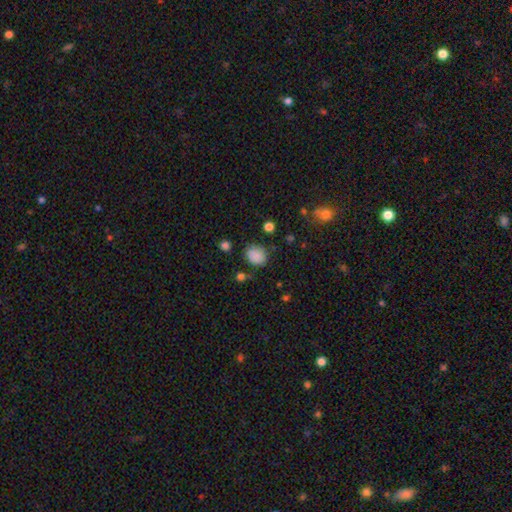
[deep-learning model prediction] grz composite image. It shows a smooth galaxy with no disk features (85%) that is round (51%). Merging: none (74%).